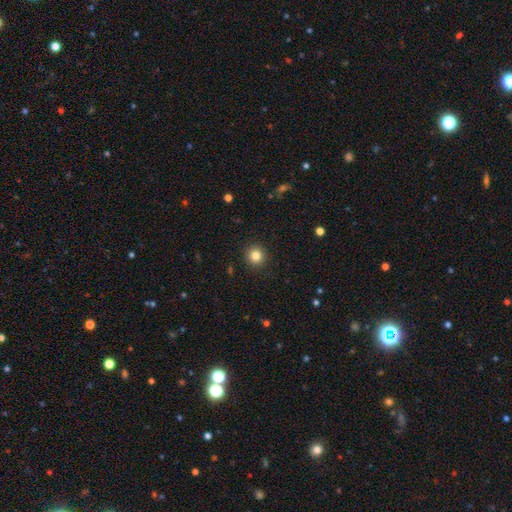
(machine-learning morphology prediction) Smooth or featured?
  - smooth: 83% *
  - star or artifact: 12%
  - featured or disk: 6%
How rounded?
  - round: 93% *
  - in between: 6%
  - cigar-shaped: 1%
Merging?
  - none: 92% *
  - minor disturbance: 5%
  - major disturbance: 2%
  - merger: 1%